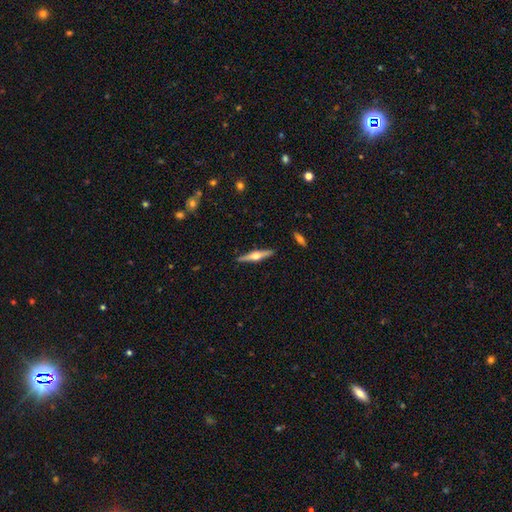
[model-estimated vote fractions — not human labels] Overall: featured or disk (72%). Edge-on disk: yes (98%). Edge-on bulge: rounded (93%). Merging: none (90%).